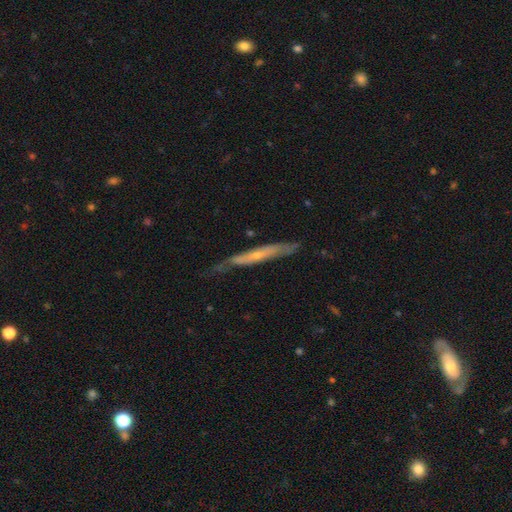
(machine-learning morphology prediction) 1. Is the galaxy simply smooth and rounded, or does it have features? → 65% featured or disk, 29% smooth, 6% star or artifact.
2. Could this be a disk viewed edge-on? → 81% yes, 19% no.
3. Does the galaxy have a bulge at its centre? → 54% rounded, 43% none, 4% boxy.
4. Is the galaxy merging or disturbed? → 64% none, 27% minor disturbance, 6% major disturbance, 2% merger.